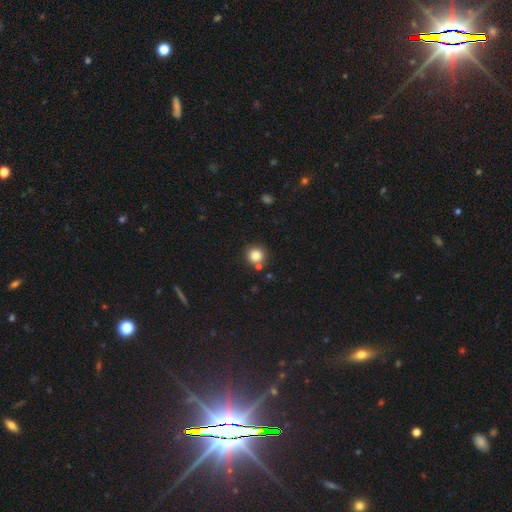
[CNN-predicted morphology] smooth 83%, star or artifact 11%, featured or disk 6%. Down the decision tree: how rounded — round (92%); merging — none (76%).